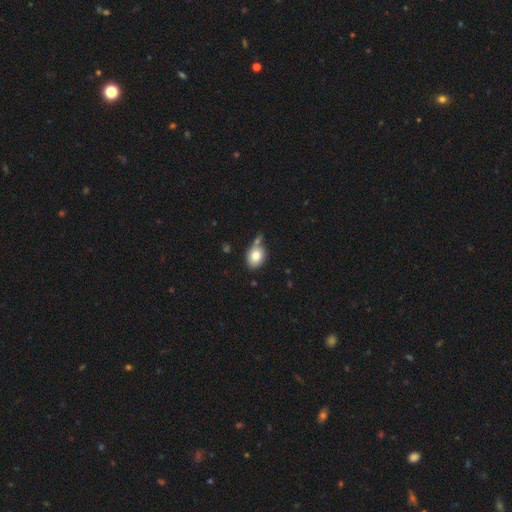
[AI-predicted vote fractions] smooth 80%, featured or disk 11%, star or artifact 9%. Down the decision tree: how rounded — in between (68%); merging — none (58%).